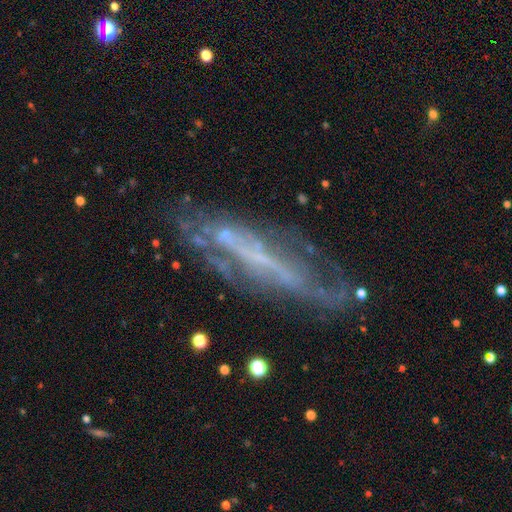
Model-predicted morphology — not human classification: A featured or disk galaxy (75%). Merging: none (57%).